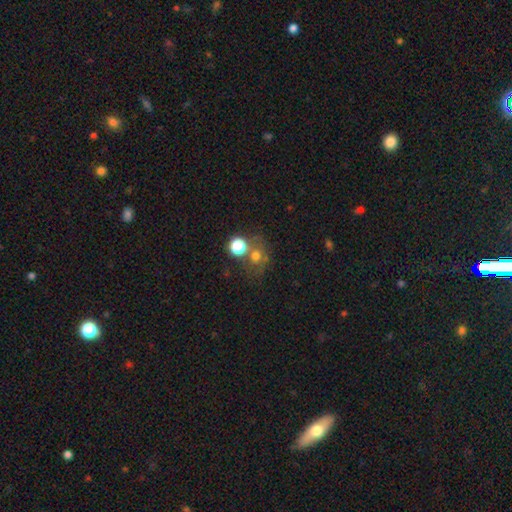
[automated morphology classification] Smooth or featured?
  - smooth: 64% *
  - star or artifact: 21%
  - featured or disk: 15%
How rounded?
  - round: 78% *
  - in between: 21%
  - cigar-shaped: 1%
Merging?
  - none: 48% *
  - merger: 33%
  - minor disturbance: 11%
  - major disturbance: 8%